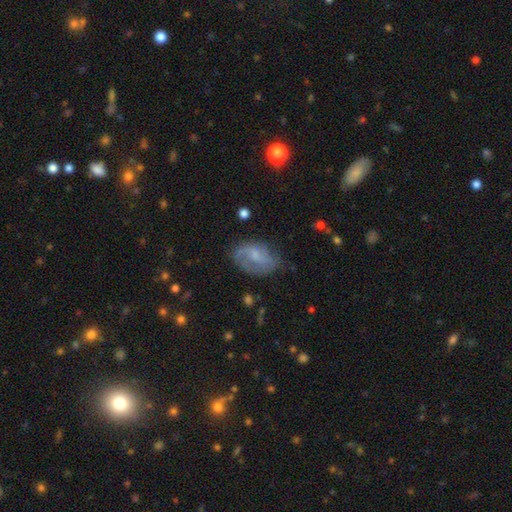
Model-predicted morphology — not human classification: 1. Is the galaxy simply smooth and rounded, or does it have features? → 60% featured or disk, 31% smooth, 9% star or artifact.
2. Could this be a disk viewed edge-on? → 97% no, 3% yes.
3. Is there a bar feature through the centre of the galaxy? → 50% no, 43% weak, 7% strong.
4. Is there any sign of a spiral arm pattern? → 84% yes, 16% no.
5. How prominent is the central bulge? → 50% small, 30% moderate, 17% none, 2% large, 1% dominant.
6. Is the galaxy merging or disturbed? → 61% none, 25% minor disturbance, 12% major disturbance, 2% merger.